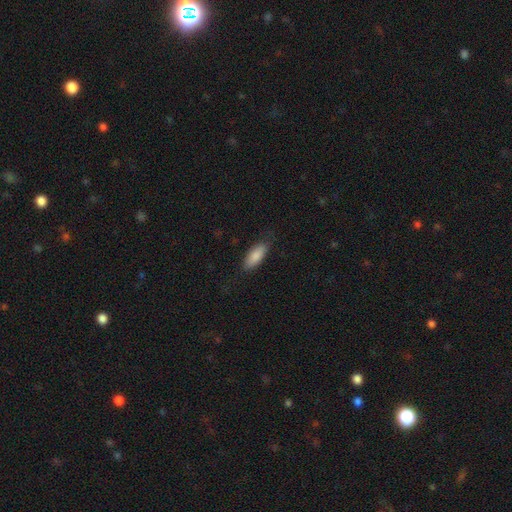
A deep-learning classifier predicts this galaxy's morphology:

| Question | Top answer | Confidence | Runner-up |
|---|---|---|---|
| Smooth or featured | smooth | 85% | featured or disk (9%) |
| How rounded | in between | 80% | cigar-shaped (19%) |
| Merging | none | 79% | minor disturbance (15%) |